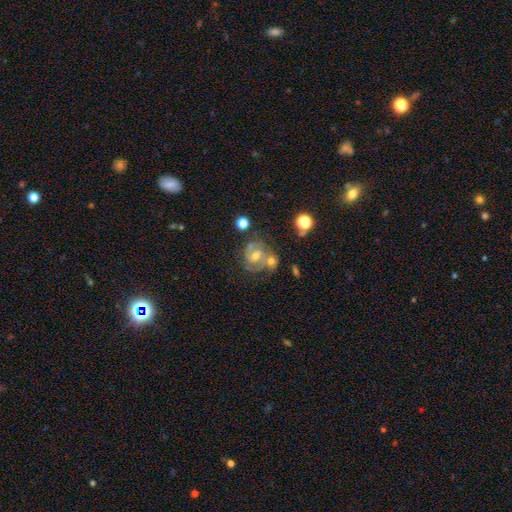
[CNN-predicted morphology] smooth_or_featured: featured or disk (p=0.78) [alt: smooth p=0.14]
disk_edge_on: no (p=0.98) [alt: yes p=0.02]
bar: weak (p=0.47) [alt: no p=0.37]
has_spiral_arms: yes (p=0.94) [alt: no p=0.06]
spiral_winding: medium (p=0.46) [alt: tight p=0.44]
spiral_arm_count: 2 (p=0.71) [alt: can't tell p=0.11]
bulge_size: moderate (p=0.56) [alt: small p=0.37]
merging: none (p=0.47) [alt: merger p=0.29]